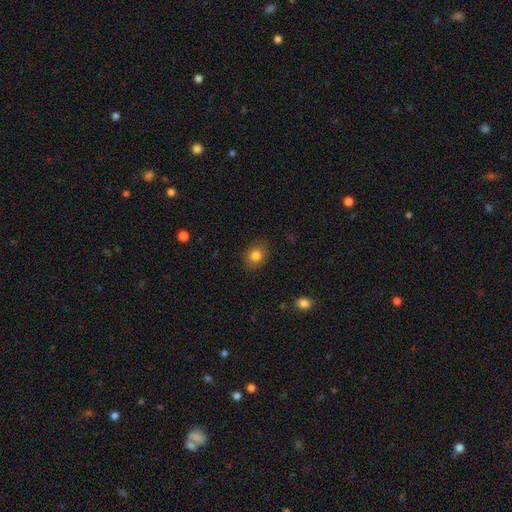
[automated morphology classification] This is clearly a smooth galaxy (82%). How rounded: likely round (67%). Merging: clearly none (87%).